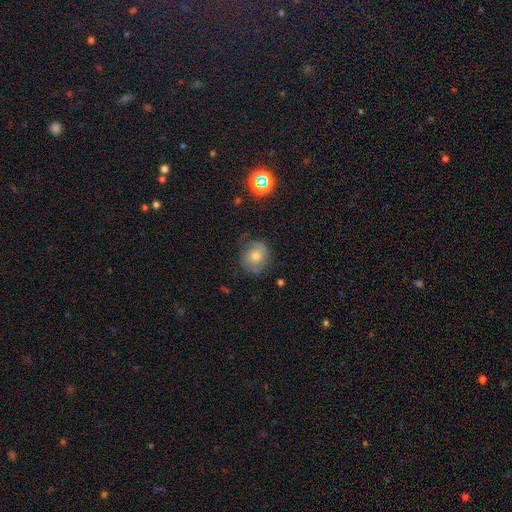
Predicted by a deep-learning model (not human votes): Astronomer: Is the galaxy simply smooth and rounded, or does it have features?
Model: smooth — 58%.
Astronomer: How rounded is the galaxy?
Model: round — 80%.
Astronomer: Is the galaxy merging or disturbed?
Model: none — 67%.